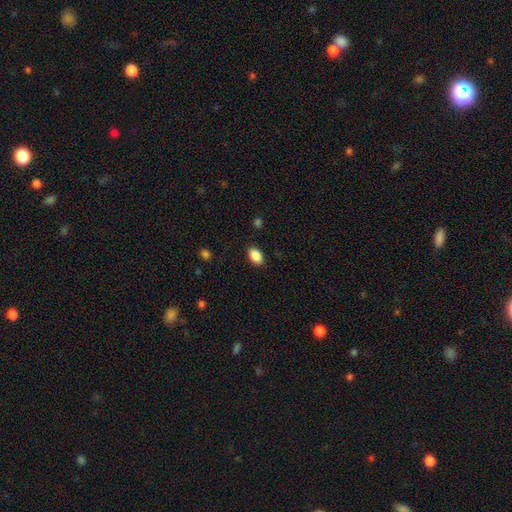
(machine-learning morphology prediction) A smooth galaxy with no disk features (89%) that is in between round and cigar-shaped (91%).

Vote fractions:
- Smooth or featured? smooth: 89% / star or artifact: 8% / featured or disk: 3%
- How rounded? in between: 91% / round: 7% / cigar-shaped: 2%
- Merging? none: 87% / minor disturbance: 9% / major disturbance: 2% / merger: 1%